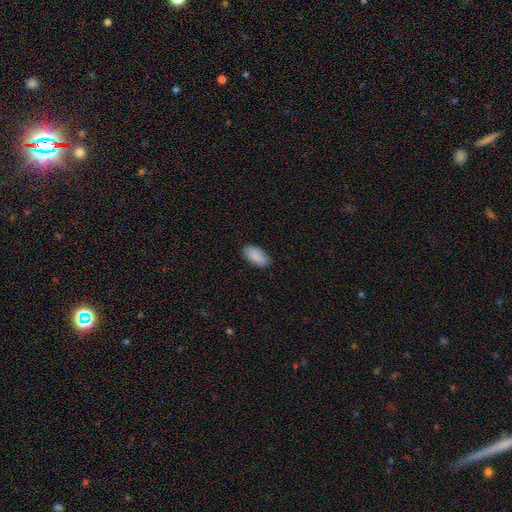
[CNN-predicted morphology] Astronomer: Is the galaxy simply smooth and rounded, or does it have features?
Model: smooth — 90%.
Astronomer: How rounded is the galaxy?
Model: in between — 94%.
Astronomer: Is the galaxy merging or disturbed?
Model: none — 86%.